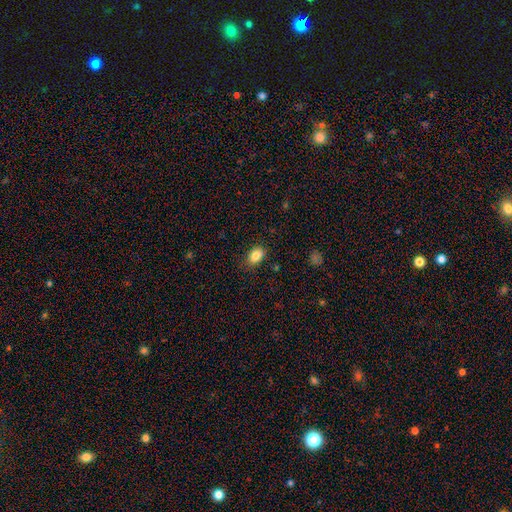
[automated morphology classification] A smooth galaxy with no disk features (85%) that is in between round and cigar-shaped (83%). Merging: none (82%).